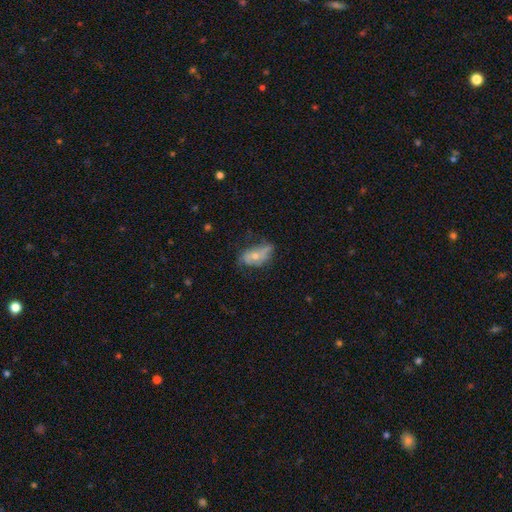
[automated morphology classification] Smooth or featured? smooth (46%)
Merging? none (45%)